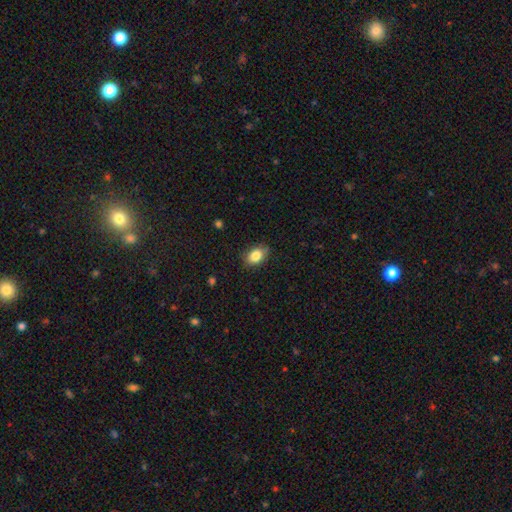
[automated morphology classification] Smooth or featured? smooth (83%)
How rounded? in between (83%)
Merging? none (82%)